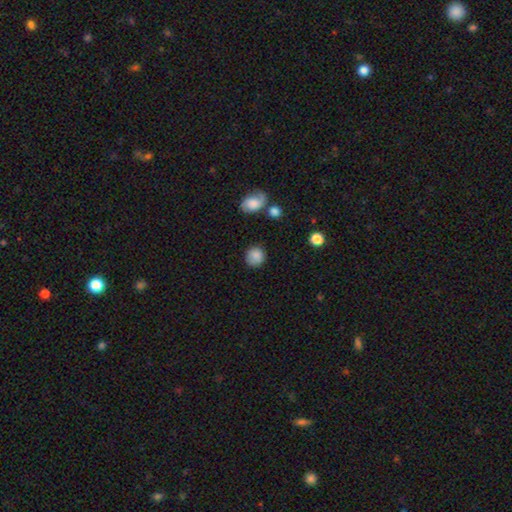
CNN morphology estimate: This is clearly a smooth galaxy (84%). How rounded: clearly round (85%). Merging: clearly none (80%).